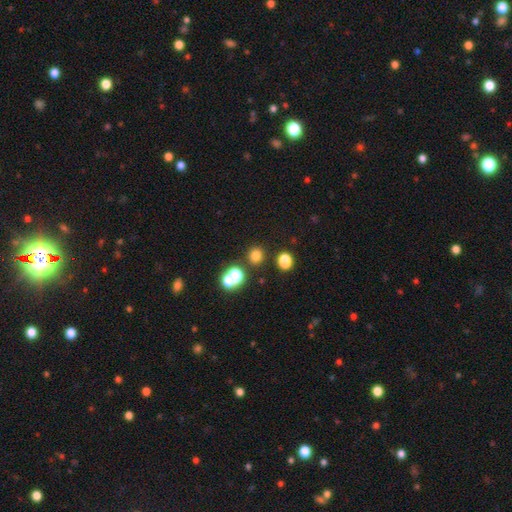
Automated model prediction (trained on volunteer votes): Overall: smooth (75%). How rounded: round (86%). Merging: none (80%).